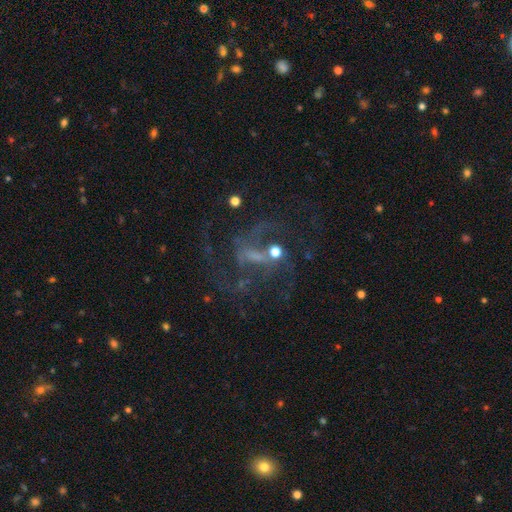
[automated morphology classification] This is likely a featured or disk galaxy (79%). It is clearly not viewed edge-on (97%). Bar: possibly weak (47%). Spiral arm pattern: clearly yes (90%). Spiral arm count: possibly 2 (48%). Spiral winding: possibly medium (52%). Central bulge: marginally small (38%). Merging: possibly none (56%).